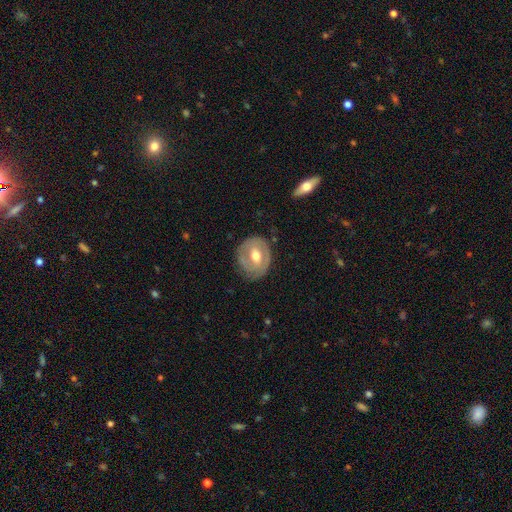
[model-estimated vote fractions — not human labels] This appears to be a featured or disk galaxy (61%) with no bar (43%), spiral arms (55%) and a moderate central bulge (77%). Merging: none (75%).